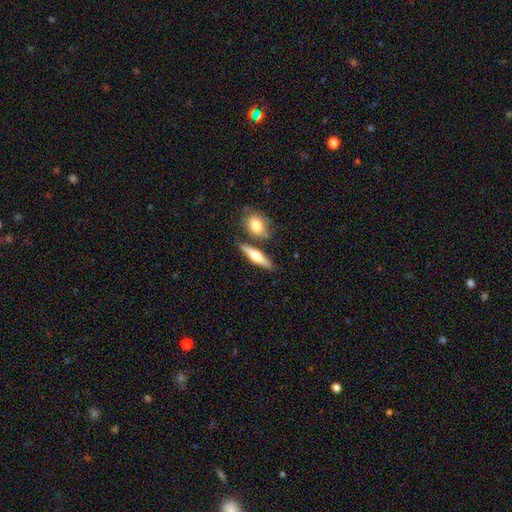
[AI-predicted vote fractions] Q: Smooth or featured?
A: featured or disk (51%); runner-up: smooth (43%)
Q: Edge-on disk?
A: yes (93%); runner-up: no (7%)
Q: Merging?
A: none (74%); runner-up: merger (13%)